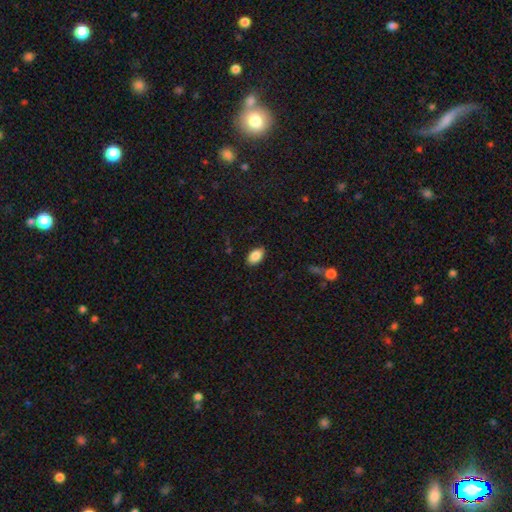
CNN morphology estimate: smooth_or_featured: smooth (p=0.87) [alt: star or artifact p=0.07]
how_rounded: in between (p=0.92) [alt: round p=0.06]
merging: none (p=0.87) [alt: minor disturbance p=0.10]